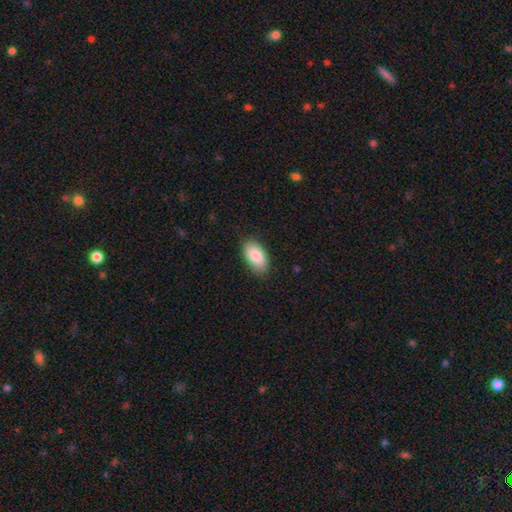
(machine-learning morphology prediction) Smooth or featured? smooth (88%)
How rounded? in between (95%)
Merging? none (85%)